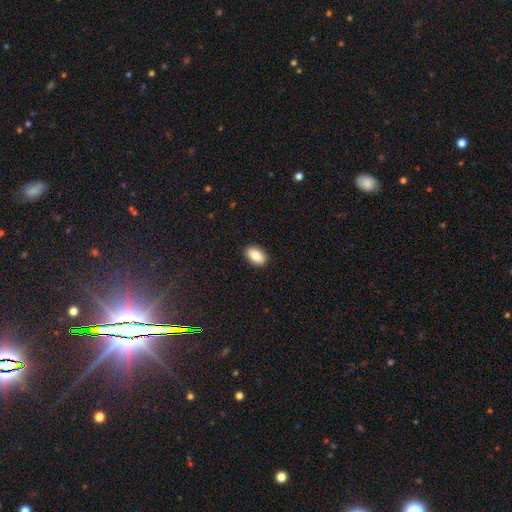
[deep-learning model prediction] smooth 83%, featured or disk 10%, star or artifact 7%. Down the decision tree: how rounded — in between (91%); merging — none (90%).